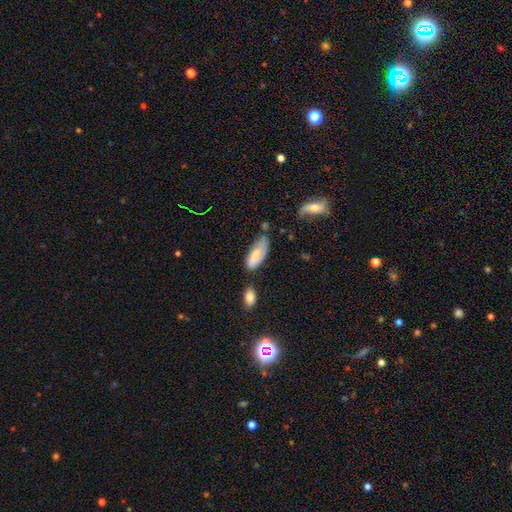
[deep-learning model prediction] A smooth galaxy with no disk features (68%) that is in between round and cigar-shaped (82%).

Vote fractions:
- Smooth or featured? smooth: 68% / featured or disk: 25% / star or artifact: 7%
- How rounded? in between: 82% / cigar-shaped: 16% / round: 2%
- Merging? none: 51% / minor disturbance: 32% / major disturbance: 9% / merger: 9%